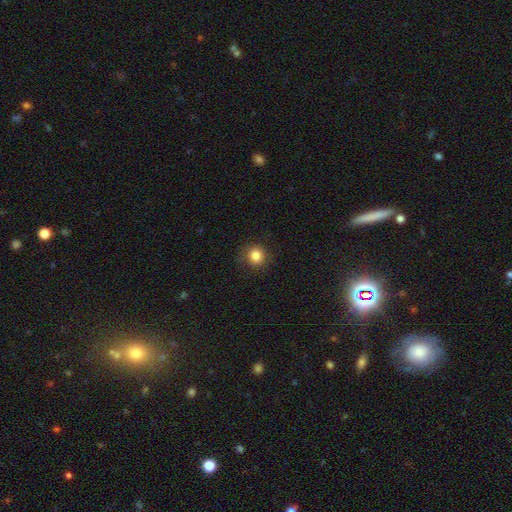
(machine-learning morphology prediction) Q: Smooth or featured?
A: smooth (84%); runner-up: star or artifact (11%)
Q: How rounded?
A: round (91%); runner-up: in between (8%)
Q: Merging?
A: none (87%); runner-up: minor disturbance (9%)